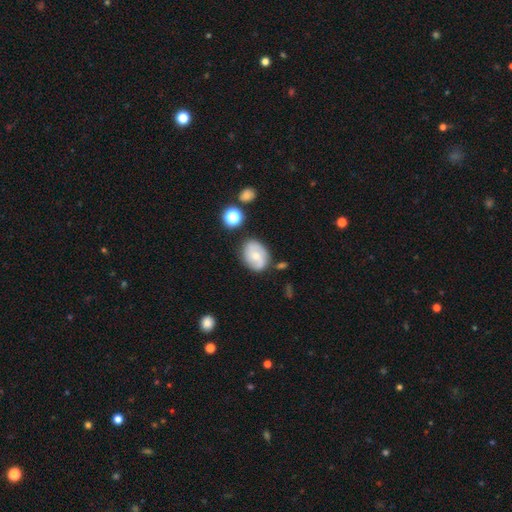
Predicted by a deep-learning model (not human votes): A featured or disk galaxy (55%) with no bar (62%), spiral arms (84%) and a moderate central bulge (51%).

Vote fractions:
- Smooth or featured? featured or disk: 55% / smooth: 37% / star or artifact: 8%
- Edge-on disk? no: 96% / yes: 4%
- Bar? no: 62% / weak: 32% / strong: 6%
- Spiral arms? yes: 84% / no: 16%
- Bulge size? moderate: 51% / small: 43% / none: 3% / large: 2% / dominant: 1%
- Merging? none: 73% / minor disturbance: 17% / merger: 5% / major disturbance: 5%